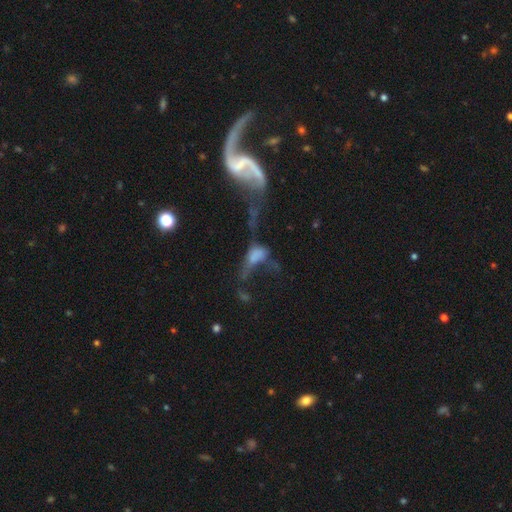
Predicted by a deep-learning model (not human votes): A smooth galaxy with no disk features (42%).

Vote fractions:
- Smooth or featured? smooth: 42% / featured or disk: 41% / star or artifact: 17%
- Merging? major disturbance: 43% / merger: 36% / none: 13% / minor disturbance: 9%